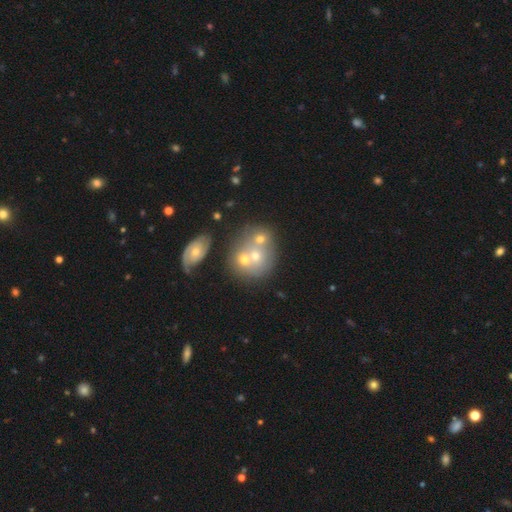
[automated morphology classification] Overall: smooth (52%; featured or disk 35%). How rounded: round (70%). Merging: merger (61%; none 27%).